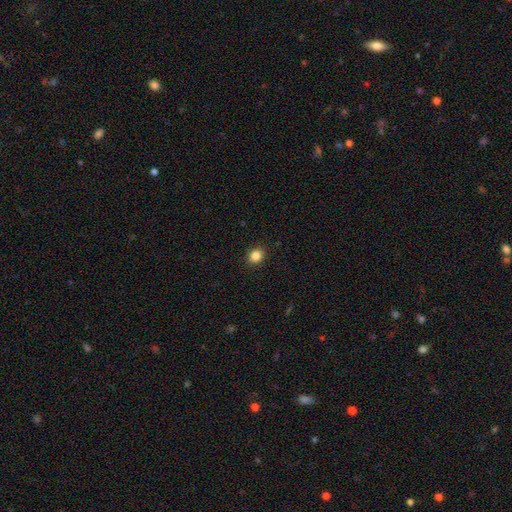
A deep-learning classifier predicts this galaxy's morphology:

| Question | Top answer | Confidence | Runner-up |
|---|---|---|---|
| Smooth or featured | smooth | 85% | star or artifact (11%) |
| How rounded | round | 68% | in between (32%) |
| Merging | none | 91% | minor disturbance (6%) |